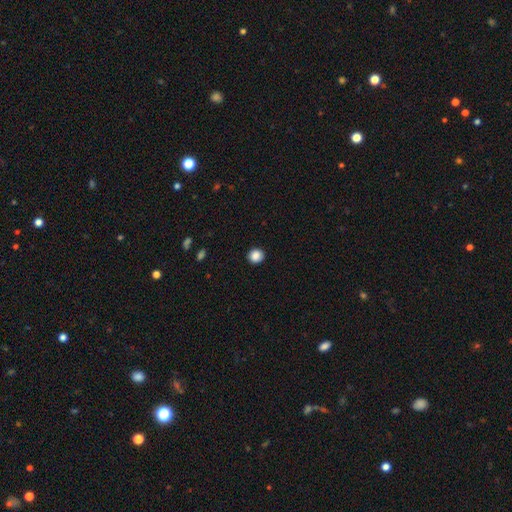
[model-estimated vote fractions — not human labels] The model was most divided on "how rounded": round: 87%, in between: 12%, cigar-shaped: 1%. More confident: merging — none (92%); smooth or featured — smooth (87%).